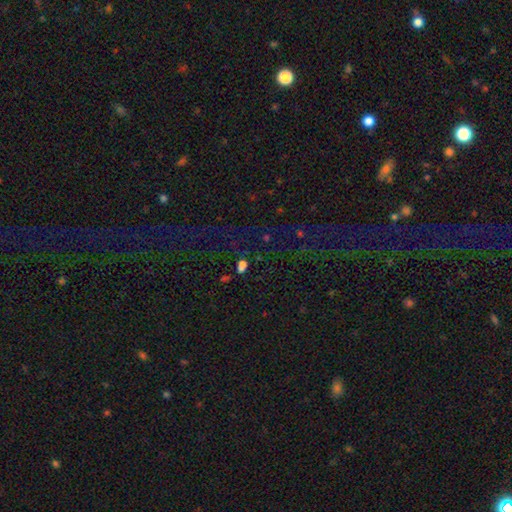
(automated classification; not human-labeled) smooth-or-featured: star or artifact: 76% | smooth: 13% | featured or disk: 11%